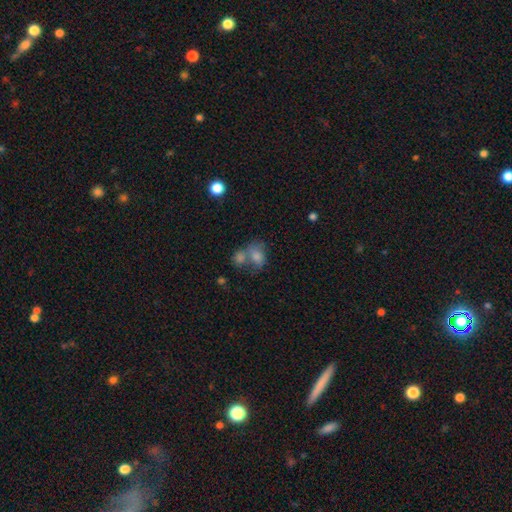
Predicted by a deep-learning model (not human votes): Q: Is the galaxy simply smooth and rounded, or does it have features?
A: smooth — 72%.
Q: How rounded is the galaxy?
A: in between — 64%.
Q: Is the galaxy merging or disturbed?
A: merger — 54%.